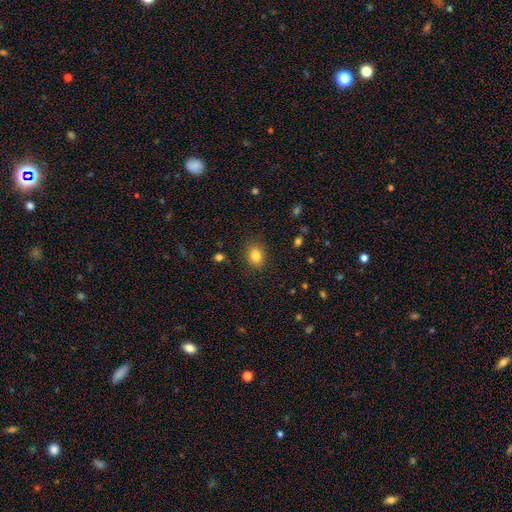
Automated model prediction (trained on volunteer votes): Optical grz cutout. It shows a smooth galaxy with no disk features (83%) that is in between round and cigar-shaped (51%). Merging: none (87%).